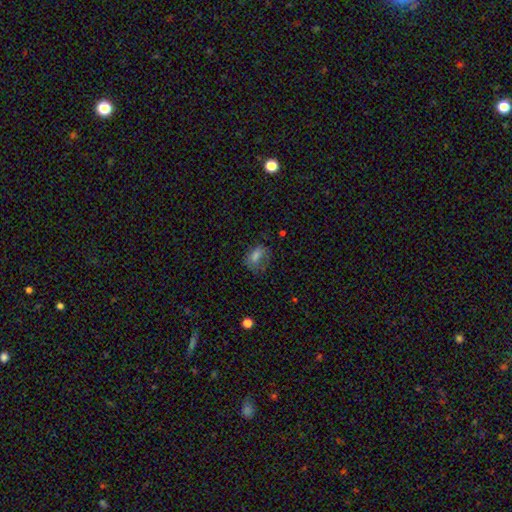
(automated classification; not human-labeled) Smooth or featured? smooth (64%)
How rounded? in between (68%)
Merging? none (52%)